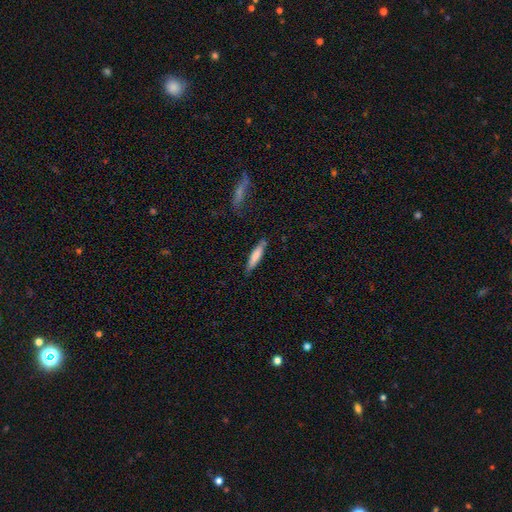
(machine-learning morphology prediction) Smooth or featured? smooth (76%)
How rounded? cigar-shaped (86%)
Merging? none (82%)